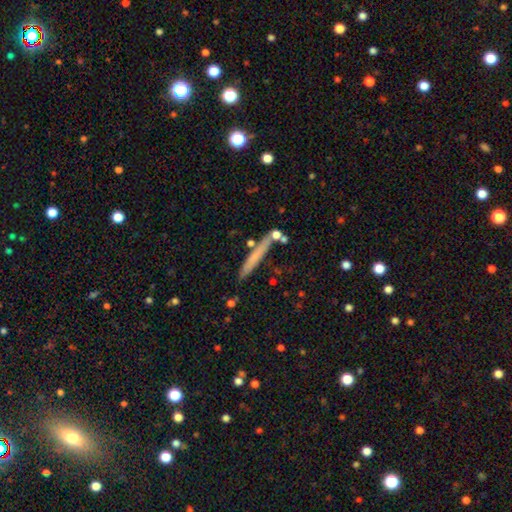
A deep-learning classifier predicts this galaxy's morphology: smooth 61%, featured or disk 31%, star or artifact 8%. Down the decision tree: how rounded — cigar-shaped (95%); merging — none (79%).